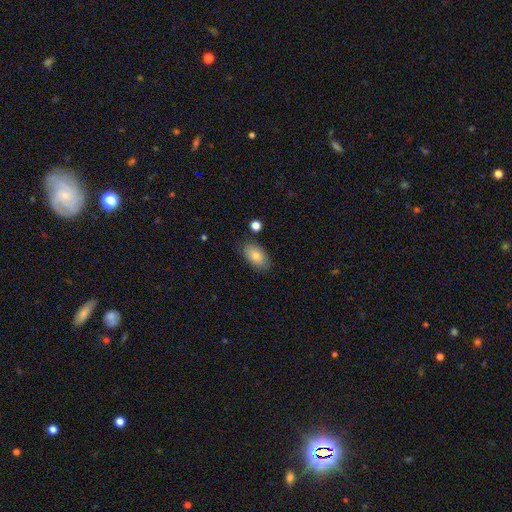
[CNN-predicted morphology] A smooth galaxy with no disk features (82%) that is in between round and cigar-shaped (93%).

Vote fractions:
- Smooth or featured? smooth: 82% / featured or disk: 11% / star or artifact: 7%
- How rounded? in between: 93% / round: 6% / cigar-shaped: 2%
- Merging? none: 82% / minor disturbance: 13% / major disturbance: 3% / merger: 3%